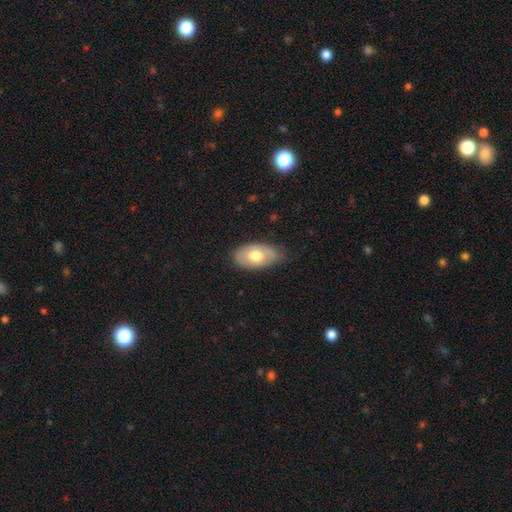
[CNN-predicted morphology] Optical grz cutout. It shows a smooth galaxy with no disk features (62%) that is in between round and cigar-shaped (93%). Merging: none (69%).